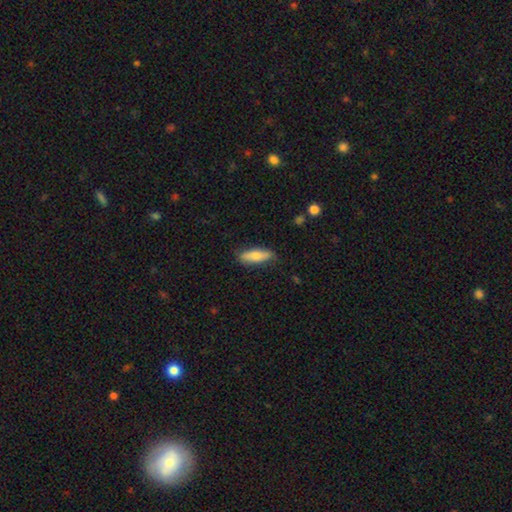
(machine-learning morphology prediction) A smooth galaxy with no disk features (70%) that is in between round and cigar-shaped (49%, tied with cigar-shaped). Merging: none (82%).